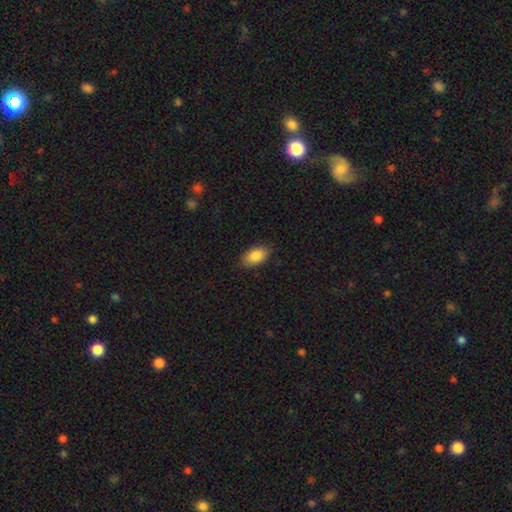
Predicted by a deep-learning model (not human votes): This appears to be a smooth galaxy with no disk features (86%) that is in between round and cigar-shaped (93%). Merging: none (85%).